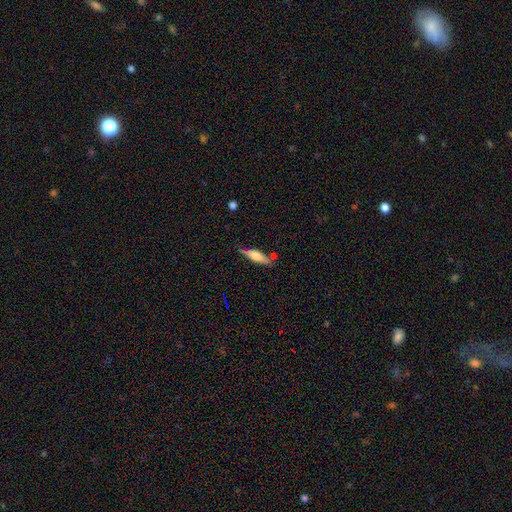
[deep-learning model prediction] Morphology: type=featured or disk (53%); edge-on=yes (93%); merging=none (72%).